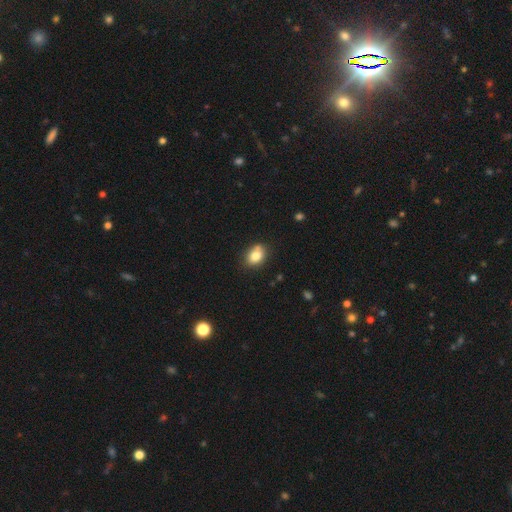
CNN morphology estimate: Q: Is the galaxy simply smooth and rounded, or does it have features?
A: smooth — 80%.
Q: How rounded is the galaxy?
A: in between — 67%.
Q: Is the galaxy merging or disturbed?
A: none — 71%.